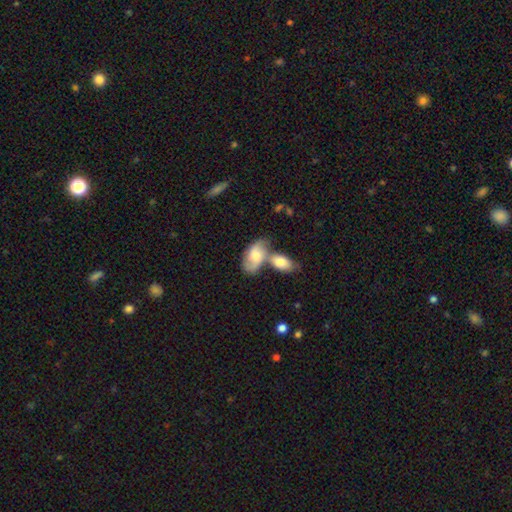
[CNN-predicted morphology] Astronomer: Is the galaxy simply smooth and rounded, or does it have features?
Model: smooth — 51% (runner-up: featured or disk, 43%).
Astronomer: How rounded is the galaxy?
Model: in between — 91%.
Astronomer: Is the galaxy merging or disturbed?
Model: merger — 52% (runner-up: none, 30%).